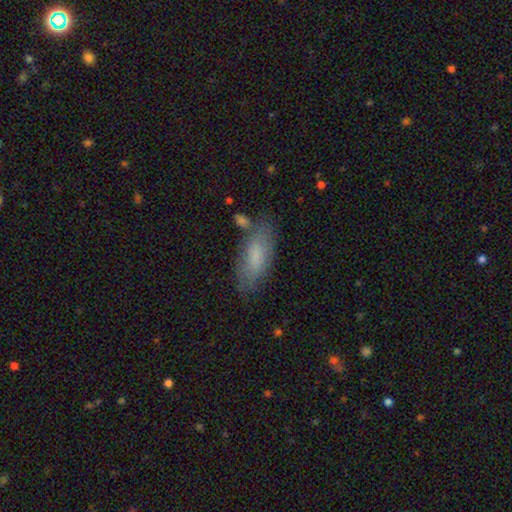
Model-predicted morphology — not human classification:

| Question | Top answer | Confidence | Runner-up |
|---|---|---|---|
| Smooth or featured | smooth | 76% | featured or disk (17%) |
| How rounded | in between | 75% | cigar-shaped (23%) |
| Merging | none | 72% | minor disturbance (18%) |